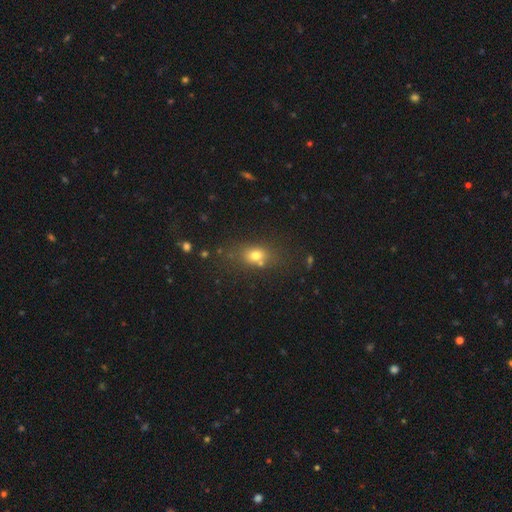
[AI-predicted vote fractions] Morphology: type=smooth (72%); roundness=in between (58%); merging=none (66%).